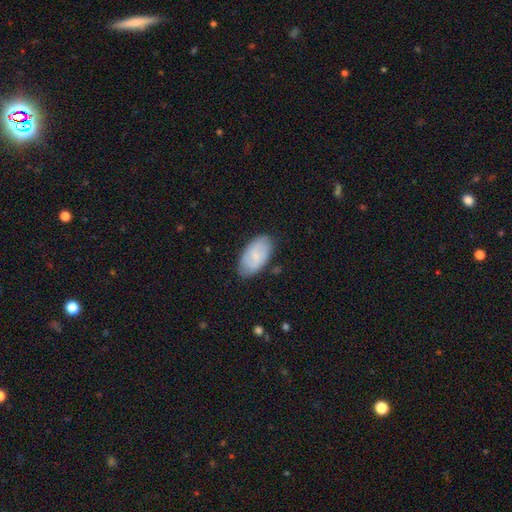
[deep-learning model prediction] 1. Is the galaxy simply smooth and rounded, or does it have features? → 56% smooth, 37% featured or disk, 7% star or artifact.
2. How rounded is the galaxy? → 94% in between, 3% round, 3% cigar-shaped.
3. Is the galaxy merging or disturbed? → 80% none, 16% minor disturbance, 3% major disturbance, 1% merger.